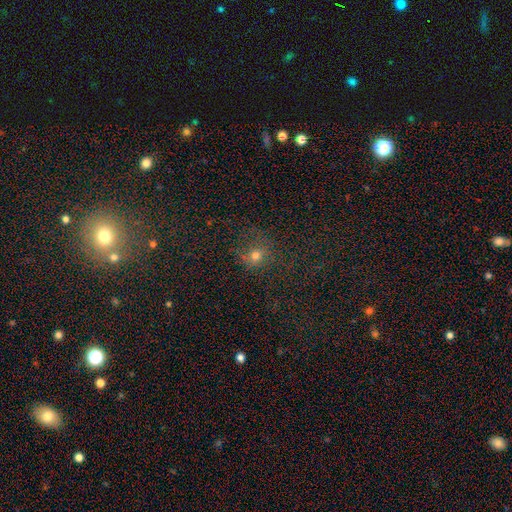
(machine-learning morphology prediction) A smooth galaxy with no disk features (57%) that is round (83%). Merging: none (67%).